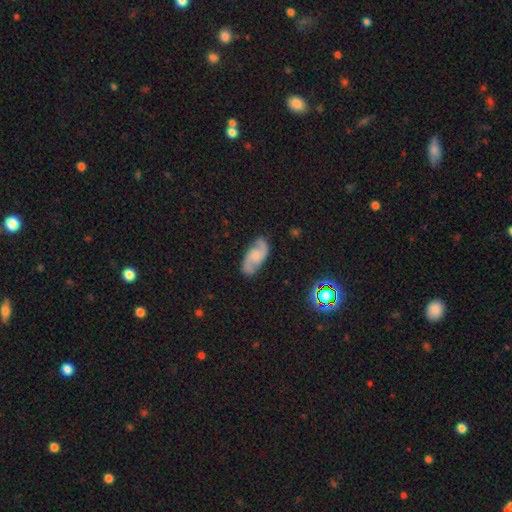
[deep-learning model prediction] smooth-or-featured: featured or disk: 73% | smooth: 19% | star or artifact: 7%
  disk-edge-on: no: 95% | yes: 5%
    bar: no: 57% | weak: 36% | strong: 7%
    has-spiral-arms: yes: 95% | no: 5%
      spiral-winding: medium: 47% | loose: 34% | tight: 19%
      spiral-arm-count: 2: 91% | can't tell: 4% | 1: 1% | 3: 1% | 4: 1% | more than 4: 1%
    bulge-size: none: 40% | small: 26% | moderate: 24% | large: 9% | dominant: 2%
  merging: none: 81% | minor disturbance: 14% | major disturbance: 4% | merger: 1%